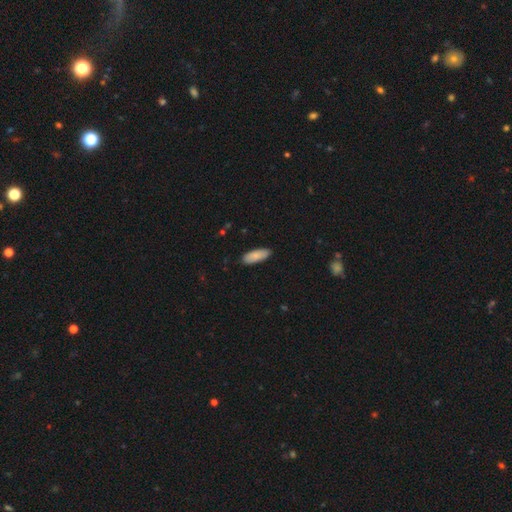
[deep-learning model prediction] A smooth galaxy with no disk features (87%) that is in between round and cigar-shaped (72%).

Vote fractions:
- Smooth or featured? smooth: 87% / featured or disk: 8% / star or artifact: 6%
- How rounded? in between: 72% / cigar-shaped: 27% / round: 2%
- Merging? none: 87% / minor disturbance: 10% / major disturbance: 2% / merger: 1%